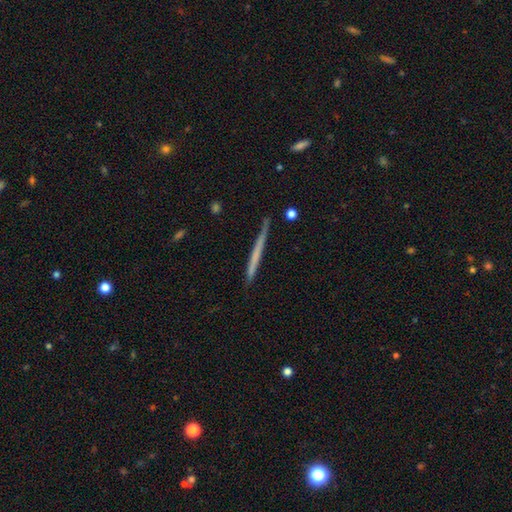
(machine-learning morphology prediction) Smooth or featured? featured or disk (47%)
Merging? none (86%)